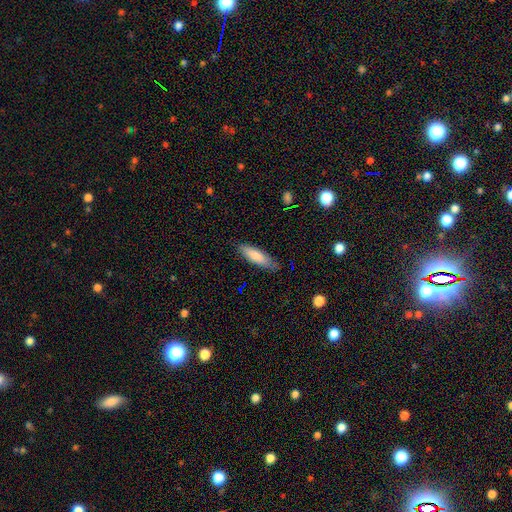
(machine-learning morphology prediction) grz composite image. It shows a smooth galaxy with no disk features (79%) that is cigar-shaped (57%). Merging: none (79%).